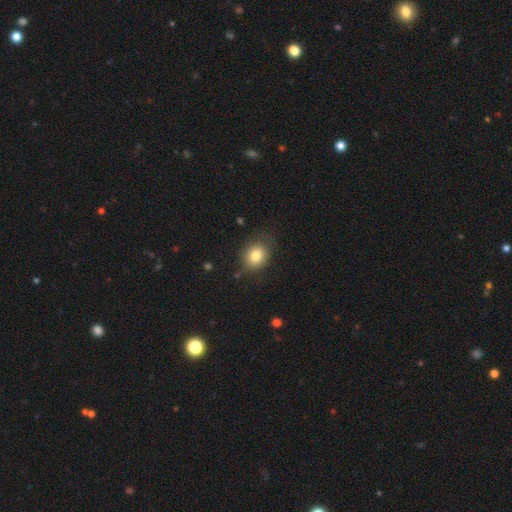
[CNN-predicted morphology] Smooth or featured?
  - smooth: 80% *
  - star or artifact: 10%
  - featured or disk: 10%
How rounded?
  - round: 60% *
  - in between: 39%
  - cigar-shaped: 1%
Merging?
  - none: 75% *
  - minor disturbance: 18%
  - major disturbance: 5%
  - merger: 2%